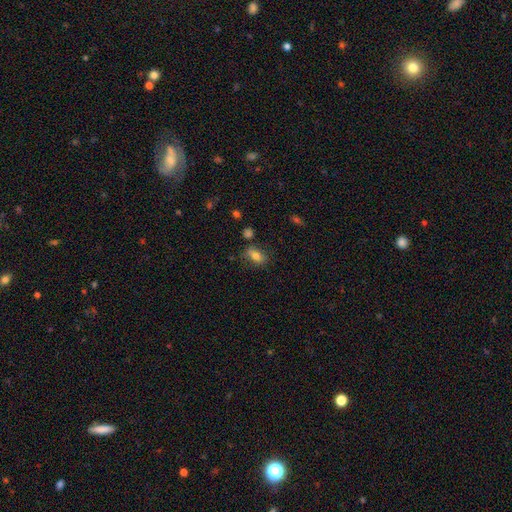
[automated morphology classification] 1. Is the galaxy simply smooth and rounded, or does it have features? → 73% smooth, 18% featured or disk, 10% star or artifact.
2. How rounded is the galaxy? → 84% in between, 11% round, 6% cigar-shaped.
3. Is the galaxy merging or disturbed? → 71% none, 18% minor disturbance, 6% major disturbance, 5% merger.